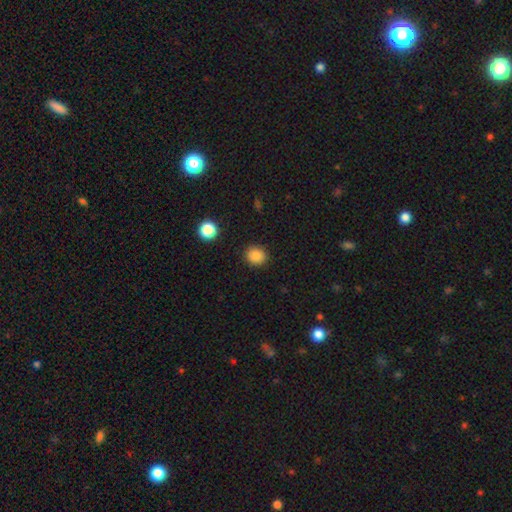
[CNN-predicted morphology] The model was most divided on "how rounded": round: 82%, in between: 17%, cigar-shaped: 1%. More confident: merging — none (90%); smooth or featured — smooth (86%).